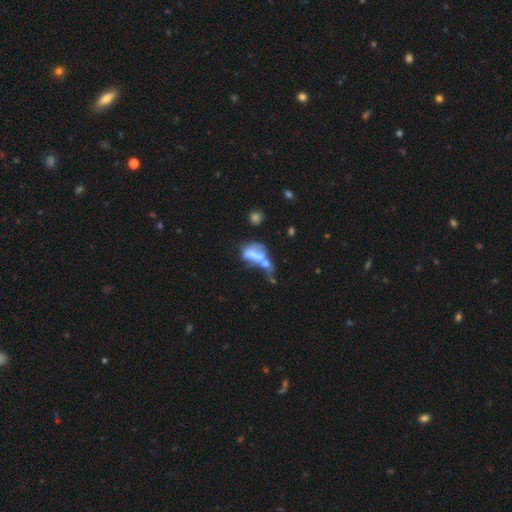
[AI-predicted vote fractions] The model was most divided on "smooth or featured": smooth: 46%, featured or disk: 42%, star or artifact: 12%. More confident: merging — merger (56%).